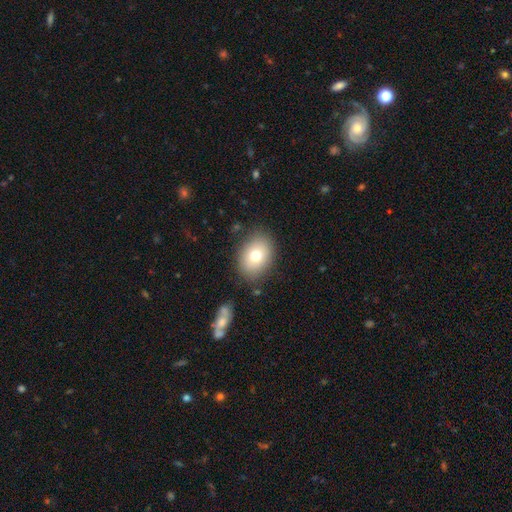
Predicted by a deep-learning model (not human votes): smooth 74%, featured or disk 16%, star or artifact 10%. Down the decision tree: how rounded — in between (66%); merging — none (83%).